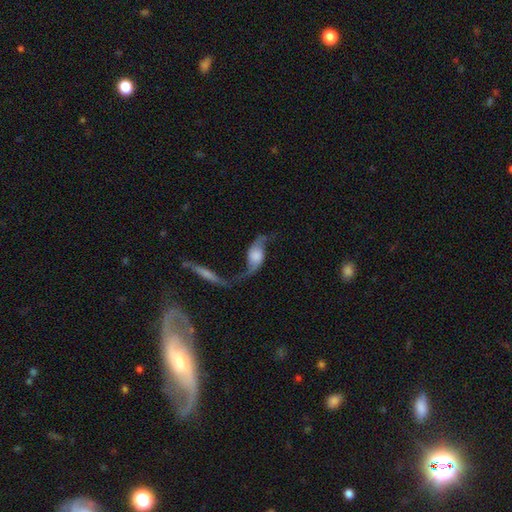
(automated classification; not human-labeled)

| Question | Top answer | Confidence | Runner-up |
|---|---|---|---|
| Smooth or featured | featured or disk | 80% | smooth (14%) |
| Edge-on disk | no | 90% | yes (10%) |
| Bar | no | 67% | weak (25%) |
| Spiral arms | yes | 93% | no (7%) |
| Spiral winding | loose | 90% | medium (7%) |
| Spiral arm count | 2 | 92% | 1 (3%) |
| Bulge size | large | 29% | none (23%) |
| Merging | none | 48% | merger (18%) |